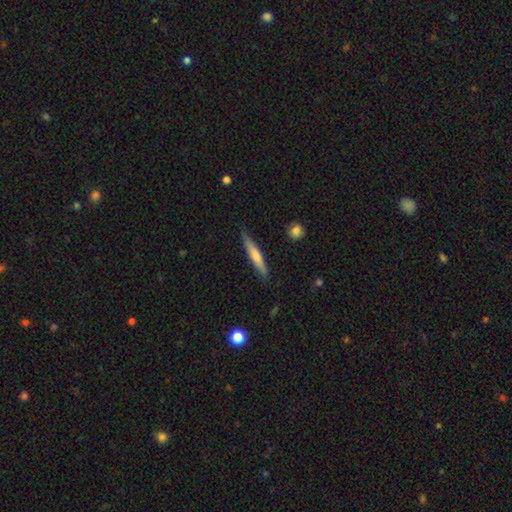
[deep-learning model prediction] Smooth or featured? Predicted: smooth (p=0.61). How rounded? Predicted: cigar-shaped (p=0.92). Merging? Predicted: none (p=0.85).